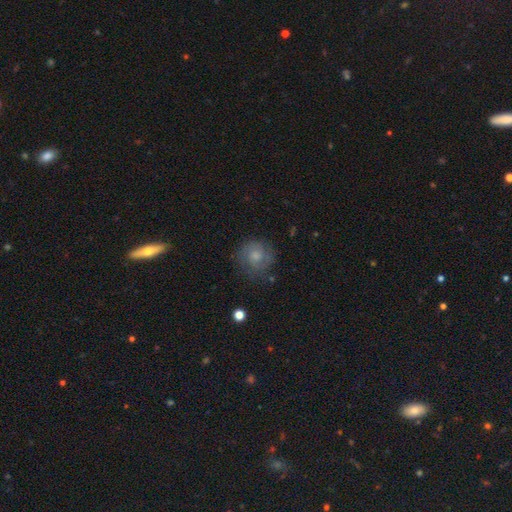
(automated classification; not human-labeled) smooth-or-featured: smooth: 46% | featured or disk: 45% | star or artifact: 9%
  merging: none: 72% | minor disturbance: 19% | major disturbance: 8% | merger: 2%